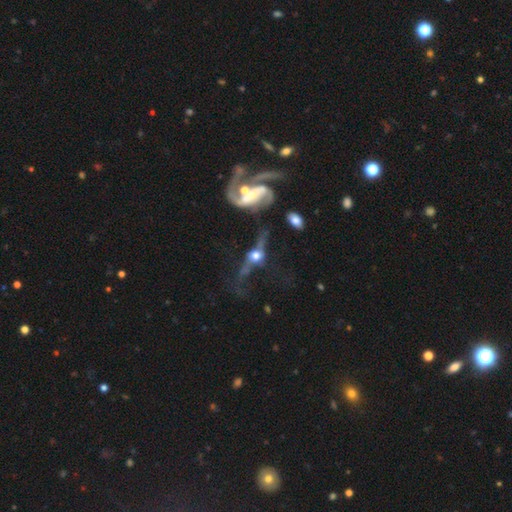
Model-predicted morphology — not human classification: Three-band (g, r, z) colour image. It shows a featured or disk galaxy (69%). Merging: none (35%).